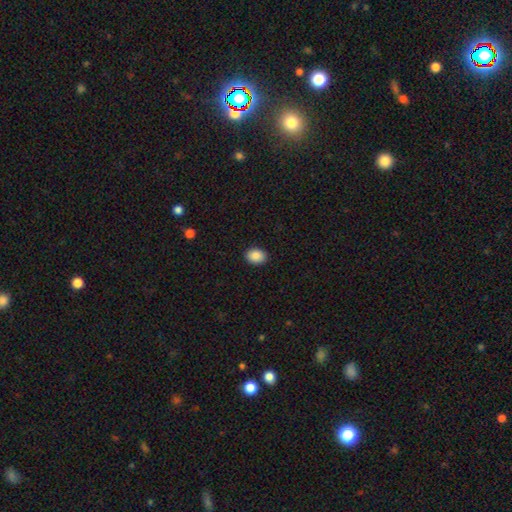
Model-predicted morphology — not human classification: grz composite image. It shows a smooth galaxy with no disk features (88%) that is in between round and cigar-shaped (67%). Merging: none (90%).